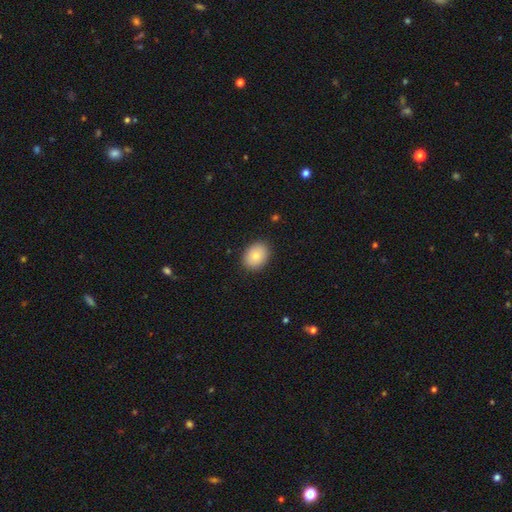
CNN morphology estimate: smooth-or-featured: smooth: 80% | featured or disk: 12% | star or artifact: 8%
  how-rounded: in between: 59% | round: 40% | cigar-shaped: 1%
  merging: none: 88% | minor disturbance: 9% | major disturbance: 2% | merger: 1%